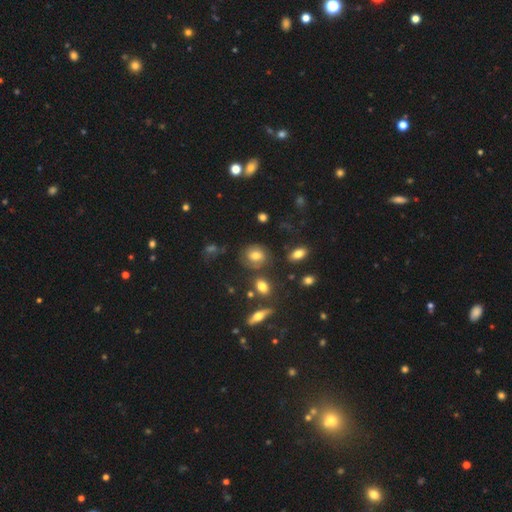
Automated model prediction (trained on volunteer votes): A smooth galaxy with no disk features (54%) that is round (64%). Merging: none (72%).